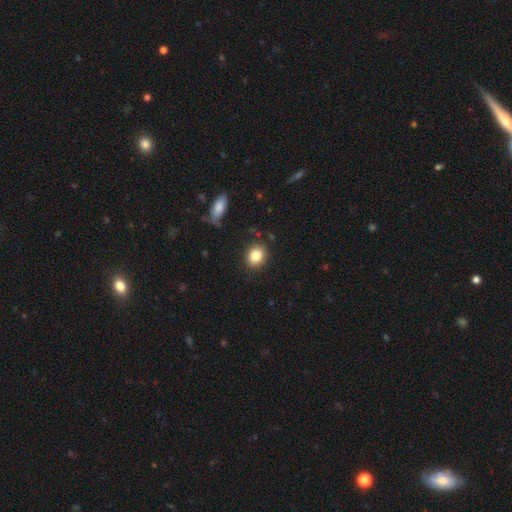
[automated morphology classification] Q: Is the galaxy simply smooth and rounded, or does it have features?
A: smooth — 84%.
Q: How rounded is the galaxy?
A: round — 54%.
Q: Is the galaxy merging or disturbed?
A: none — 87%.